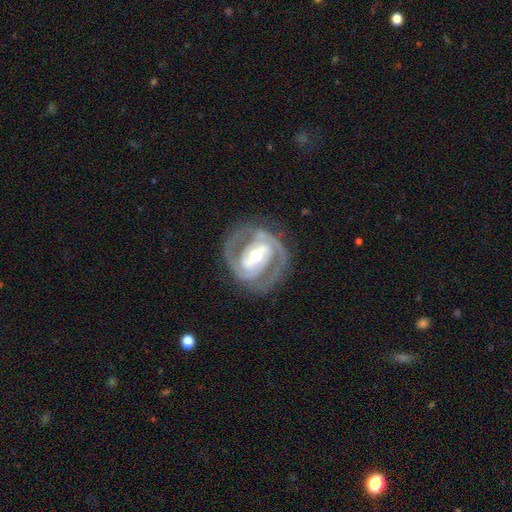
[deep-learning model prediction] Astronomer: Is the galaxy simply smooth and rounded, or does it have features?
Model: featured or disk — 91%.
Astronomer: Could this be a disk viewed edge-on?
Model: no — 97%.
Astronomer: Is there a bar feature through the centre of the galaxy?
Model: strong — 56% (runner-up: weak, 31%).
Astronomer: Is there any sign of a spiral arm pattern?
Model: yes — 96%.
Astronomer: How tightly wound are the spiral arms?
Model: tight — 57% (runner-up: medium, 37%).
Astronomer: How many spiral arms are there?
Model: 2 — 87%.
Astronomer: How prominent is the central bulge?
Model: moderate — 70%.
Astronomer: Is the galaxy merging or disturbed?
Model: none — 79%.